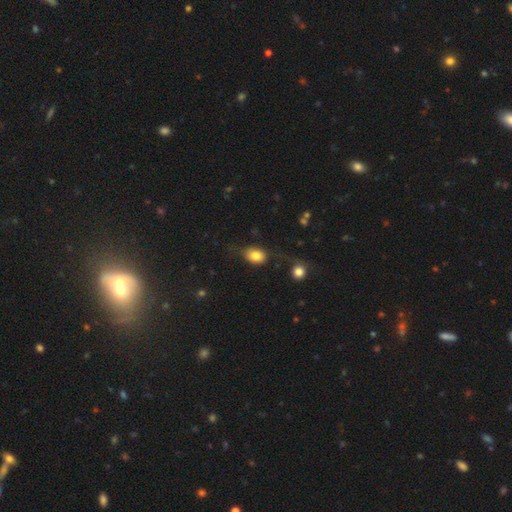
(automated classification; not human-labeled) A smooth galaxy with no disk features (80%) that is in between round and cigar-shaped (70%). Merging: none (59%).